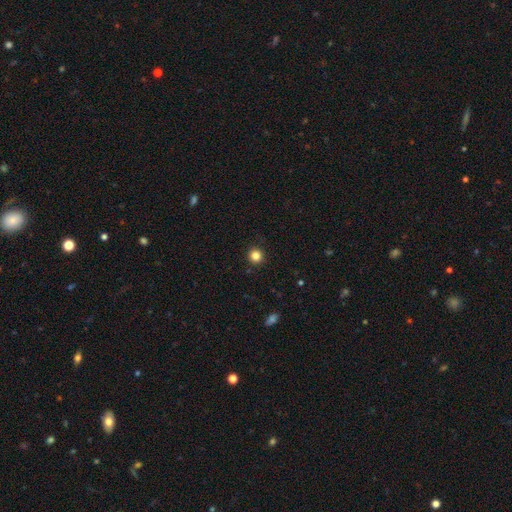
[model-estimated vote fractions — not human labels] smooth_or_featured: smooth (p=0.83) [alt: star or artifact p=0.12]
how_rounded: round (p=0.94) [alt: in between p=0.05]
merging: none (p=0.92) [alt: minor disturbance p=0.06]